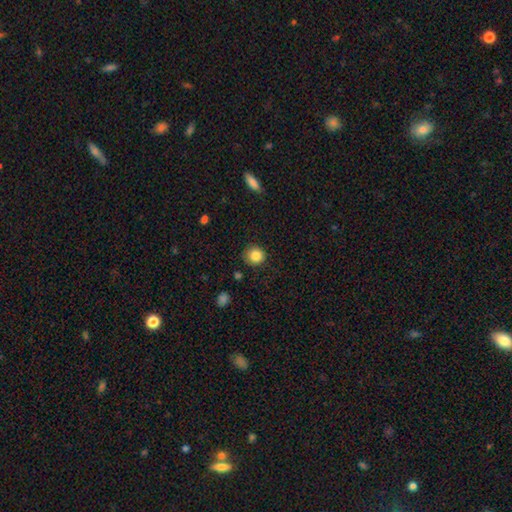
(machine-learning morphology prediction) Q: Smooth or featured?
A: smooth (85%); runner-up: star or artifact (10%)
Q: How rounded?
A: round (90%); runner-up: in between (9%)
Q: Merging?
A: none (85%); runner-up: minor disturbance (11%)